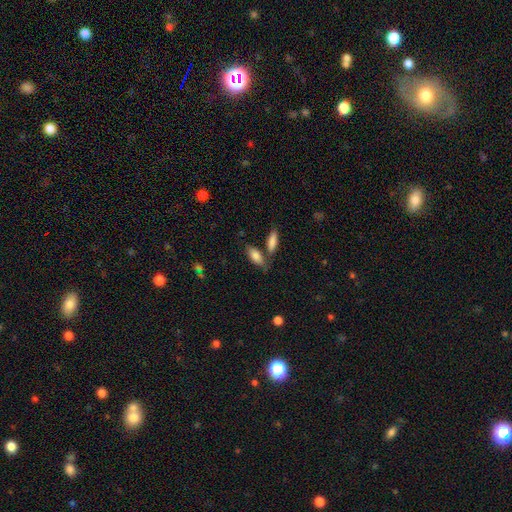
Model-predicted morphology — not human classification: smooth_or_featured: smooth (p=0.83) [alt: featured or disk p=0.10]
how_rounded: in between (p=0.80) [alt: cigar-shaped p=0.17]
merging: none (p=0.63) [alt: merger p=0.18]